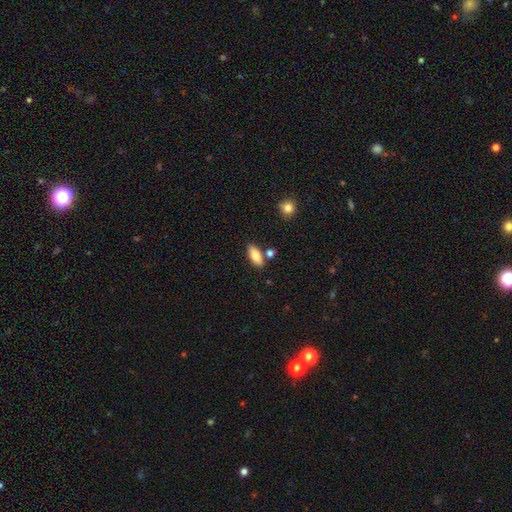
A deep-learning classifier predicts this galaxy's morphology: smooth 82%, featured or disk 11%, star or artifact 7%. Down the decision tree: how rounded — in between (82%); merging — none (78%).